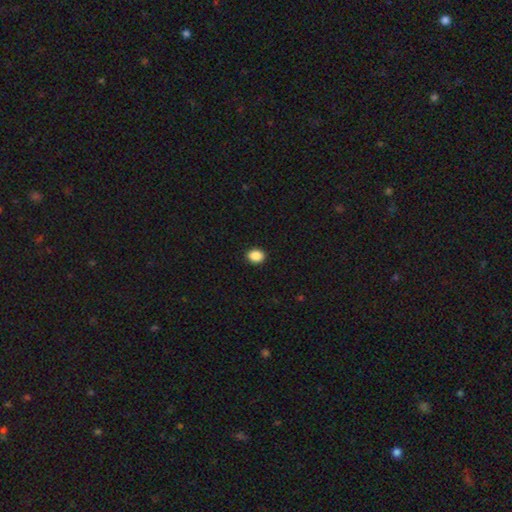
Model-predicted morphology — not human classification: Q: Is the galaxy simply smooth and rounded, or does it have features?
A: smooth — 89%.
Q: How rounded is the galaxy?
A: round — 52%.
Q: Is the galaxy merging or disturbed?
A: none — 92%.